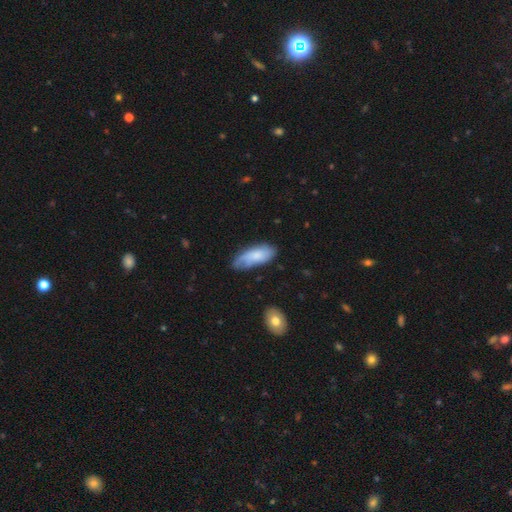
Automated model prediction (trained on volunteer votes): Overall: smooth (61%; featured or disk 33%). How rounded: in between (83%). Merging: none (58%; minor disturbance 31%).